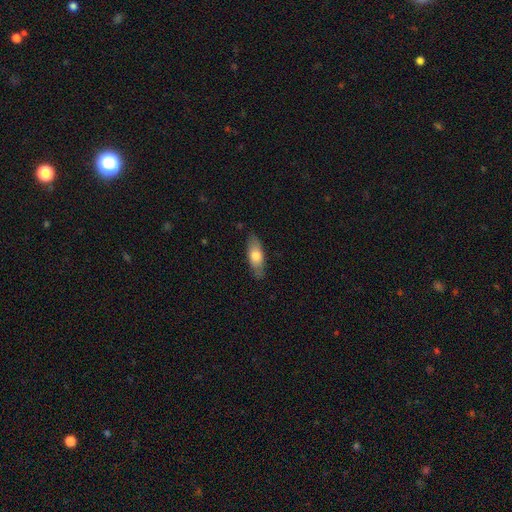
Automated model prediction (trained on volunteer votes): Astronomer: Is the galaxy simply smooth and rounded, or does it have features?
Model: smooth — 68%.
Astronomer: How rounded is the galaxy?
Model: in between — 71%.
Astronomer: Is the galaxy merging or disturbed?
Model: none — 83%.